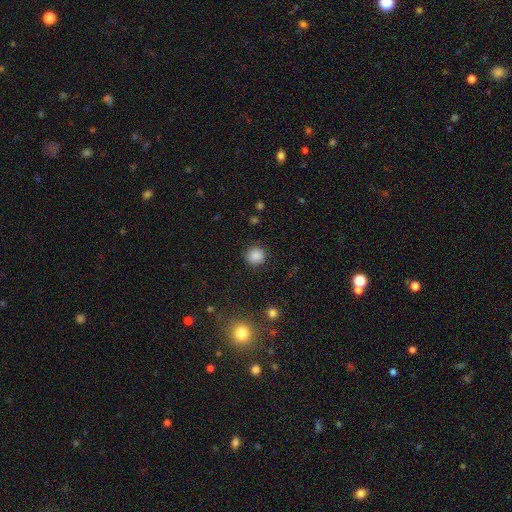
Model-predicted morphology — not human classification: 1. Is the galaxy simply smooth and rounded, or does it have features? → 85% smooth, 11% star or artifact, 4% featured or disk.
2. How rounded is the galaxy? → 92% round, 7% in between, 1% cigar-shaped.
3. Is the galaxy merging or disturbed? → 89% none, 7% minor disturbance, 3% major disturbance, 1% merger.